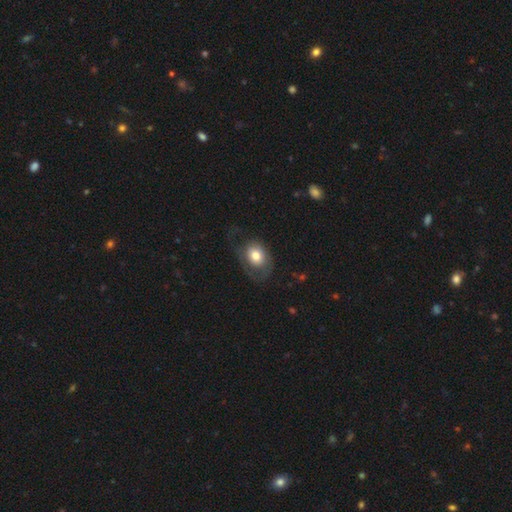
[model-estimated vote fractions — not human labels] smooth 67%, featured or disk 26%, star or artifact 7%. Down the decision tree: how rounded — in between (62%); merging — none (45%).